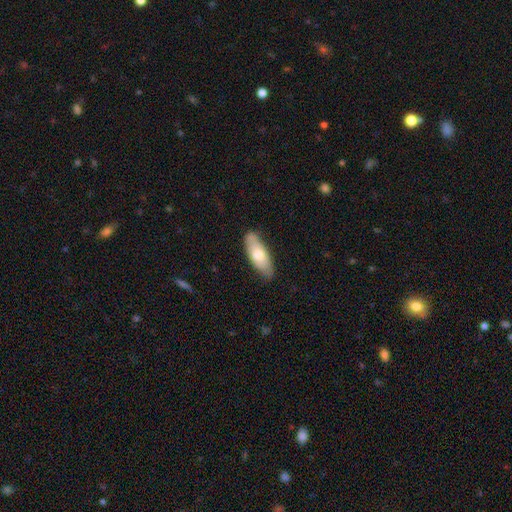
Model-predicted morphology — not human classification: Q: Smooth or featured?
A: smooth (69%); runner-up: featured or disk (26%)
Q: How rounded?
A: in between (74%); runner-up: cigar-shaped (24%)
Q: Merging?
A: none (79%); runner-up: minor disturbance (17%)